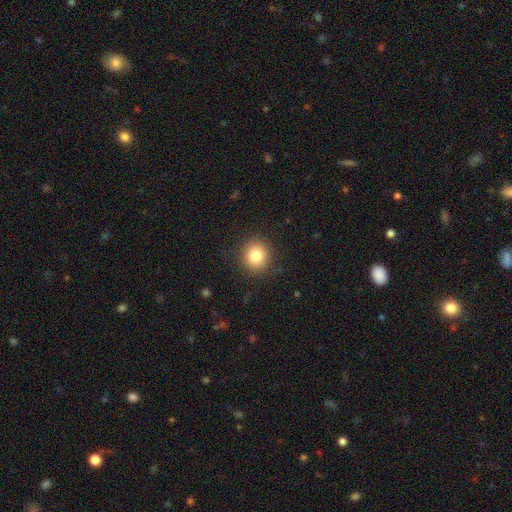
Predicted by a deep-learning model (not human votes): A smooth galaxy with no disk features (82%) that is round (87%).

Vote fractions:
- Smooth or featured? smooth: 82% / star or artifact: 11% / featured or disk: 7%
- How rounded? round: 87% / in between: 12% / cigar-shaped: 1%
- Merging? none: 89% / minor disturbance: 7% / major disturbance: 2% / merger: 1%